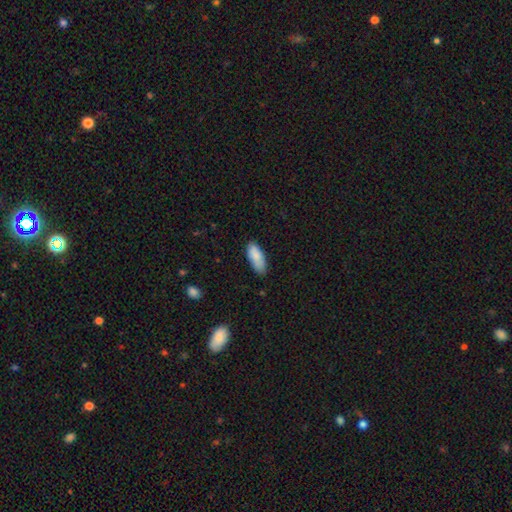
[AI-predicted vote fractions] This is clearly a smooth galaxy (86%). How rounded: clearly in between (81%). Merging: likely none (73%).